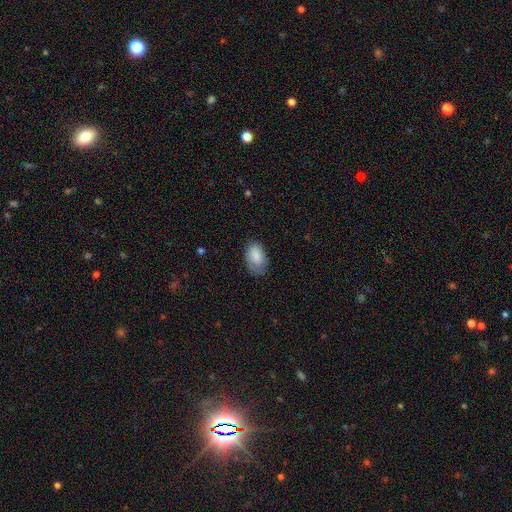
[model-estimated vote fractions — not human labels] smooth-or-featured: smooth: 86% | featured or disk: 7% | star or artifact: 7%
  how-rounded: in between: 92% | round: 6% | cigar-shaped: 1%
  merging: none: 69% | minor disturbance: 24% | major disturbance: 6% | merger: 1%